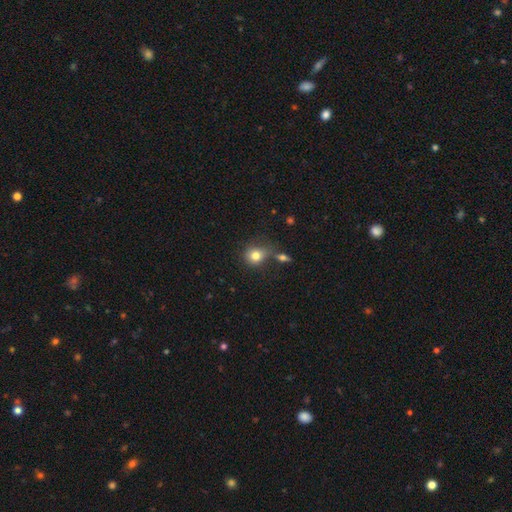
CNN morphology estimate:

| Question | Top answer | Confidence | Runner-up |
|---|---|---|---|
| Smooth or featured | smooth | 80% | star or artifact (11%) |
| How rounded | round | 75% | in between (24%) |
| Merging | none | 54% | merger (19%) |